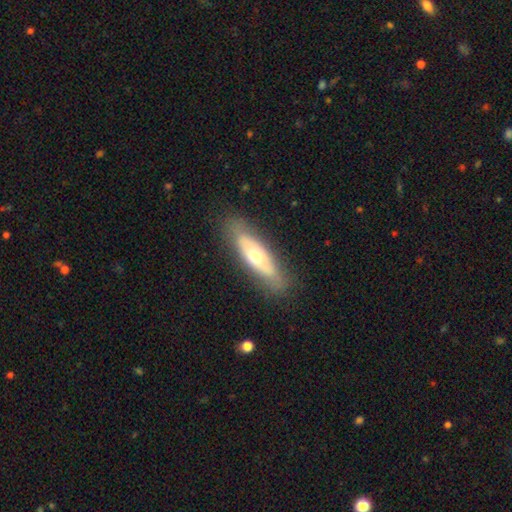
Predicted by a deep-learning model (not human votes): Q: Smooth or featured?
A: featured or disk (49%); runner-up: smooth (46%)
Q: Merging?
A: none (79%); runner-up: minor disturbance (15%)